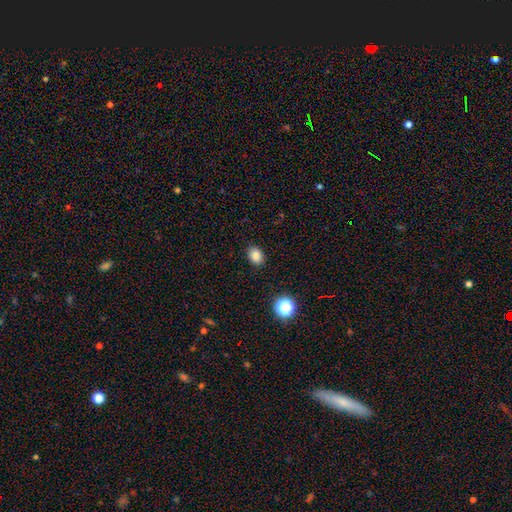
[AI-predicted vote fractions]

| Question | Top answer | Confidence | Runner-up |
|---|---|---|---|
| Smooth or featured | smooth | 83% | star or artifact (12%) |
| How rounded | in between | 65% | round (34%) |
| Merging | none | 88% | minor disturbance (8%) |